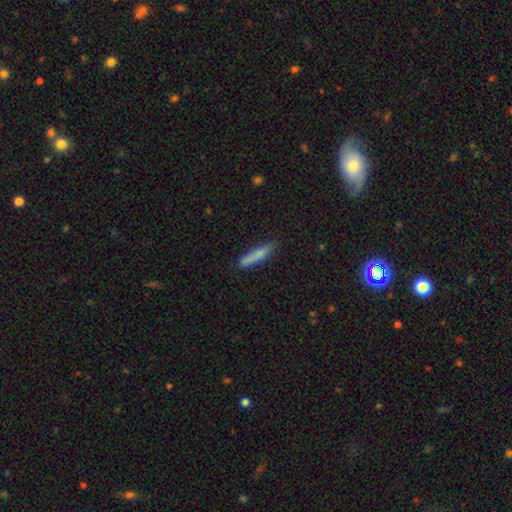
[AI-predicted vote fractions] Smooth or featured?
  - smooth: 78% *
  - featured or disk: 15%
  - star or artifact: 7%
How rounded?
  - cigar-shaped: 86% *
  - in between: 12%
  - round: 2%
Merging?
  - none: 82% *
  - minor disturbance: 14%
  - major disturbance: 2%
  - merger: 2%